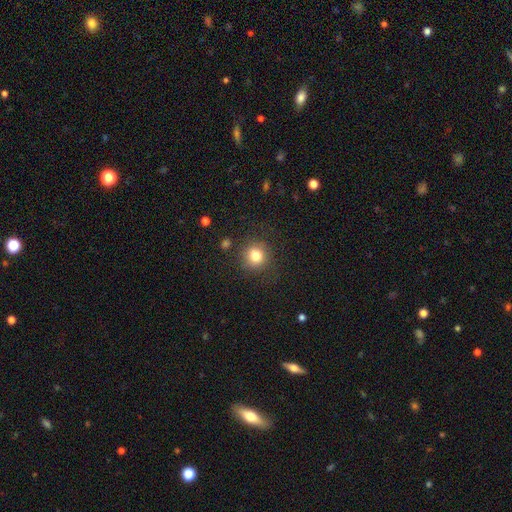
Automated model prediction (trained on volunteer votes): smooth-or-featured: smooth: 80% | star or artifact: 12% | featured or disk: 8%
  how-rounded: round: 89% | in between: 10% | cigar-shaped: 1%
  merging: none: 85% | minor disturbance: 9% | major disturbance: 4% | merger: 2%